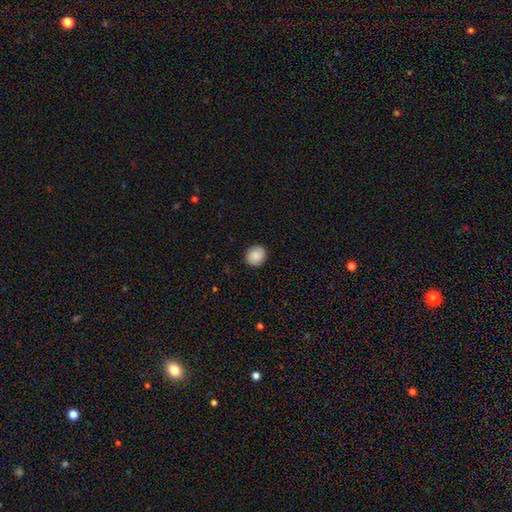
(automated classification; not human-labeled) Smooth or featured? Predicted: smooth (p=0.84). How rounded? Predicted: round (p=0.83). Merging? Predicted: none (p=0.90).